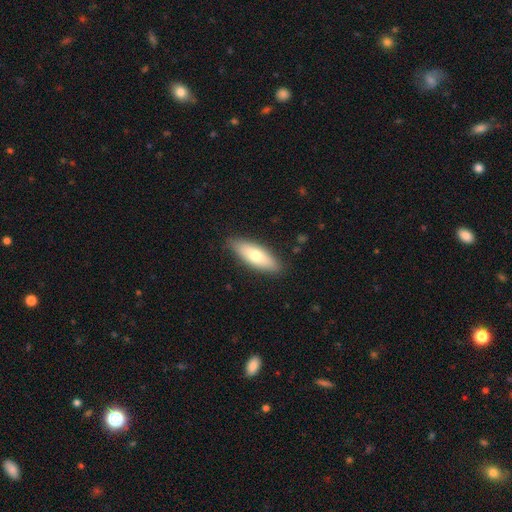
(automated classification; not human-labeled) smooth_or_featured: smooth (p=0.67) [alt: featured or disk p=0.27]
how_rounded: in between (p=0.61) [alt: cigar-shaped p=0.37]
merging: none (p=0.87) [alt: minor disturbance p=0.10]